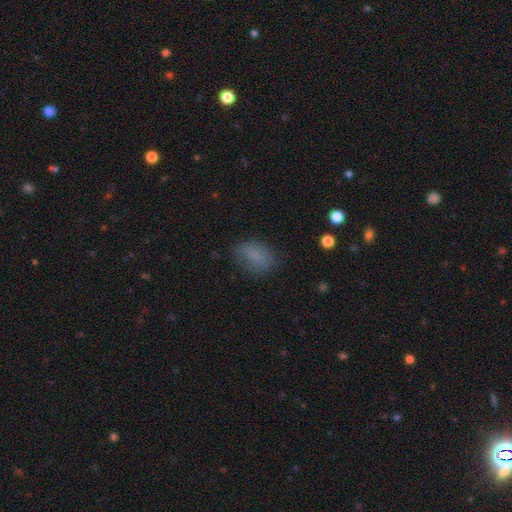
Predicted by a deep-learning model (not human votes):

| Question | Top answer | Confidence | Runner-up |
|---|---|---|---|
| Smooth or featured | smooth | 79% | star or artifact (11%) |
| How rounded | in between | 84% | round (13%) |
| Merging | none | 70% | minor disturbance (21%) |